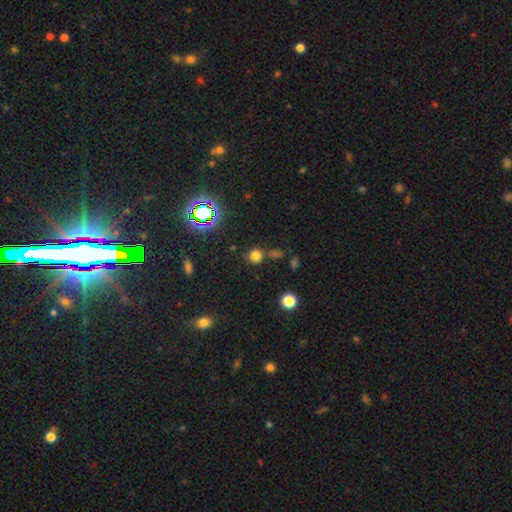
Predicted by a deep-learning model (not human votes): smooth 69%, star or artifact 25%, featured or disk 6%. Down the decision tree: how rounded — round (87%); merging — none (69%).